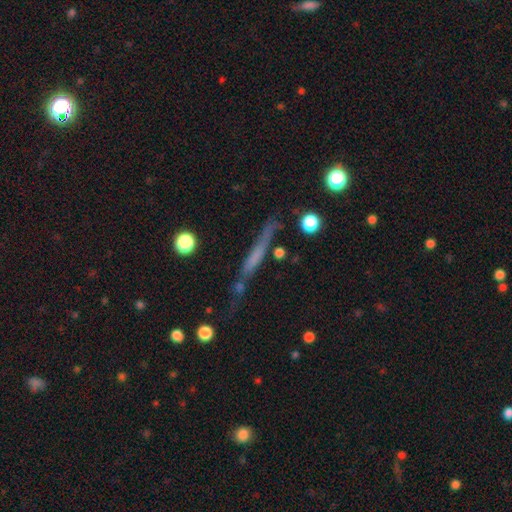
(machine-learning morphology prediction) Smooth or featured? featured or disk (47%)
Merging? none (67%)